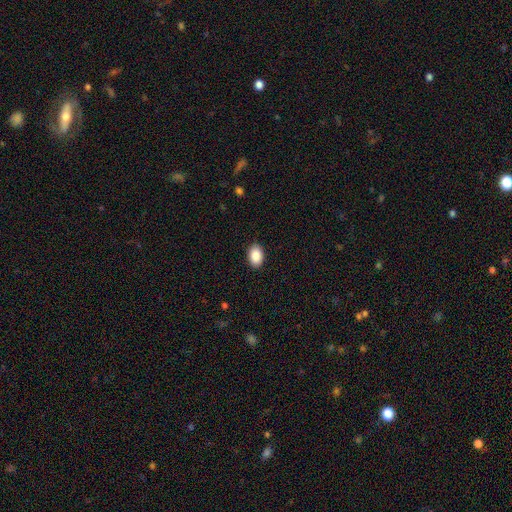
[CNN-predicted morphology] Smooth or featured: smooth — 89% (star or artifact — 7%)
How rounded: in between — 87% (round — 12%)
Merging: none — 89% (minor disturbance — 8%)